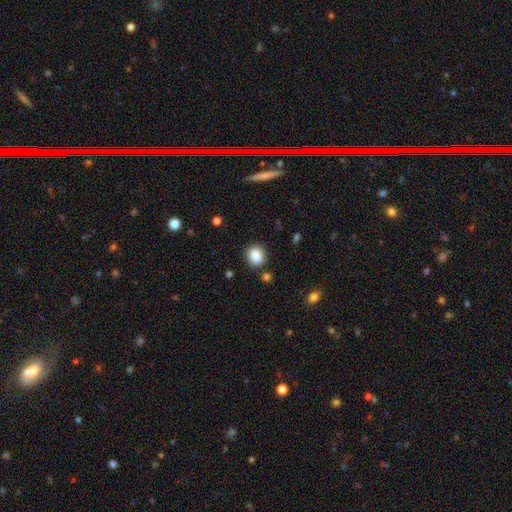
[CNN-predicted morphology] type=smooth (86%); roundness=round (69%); merging=none (86%).